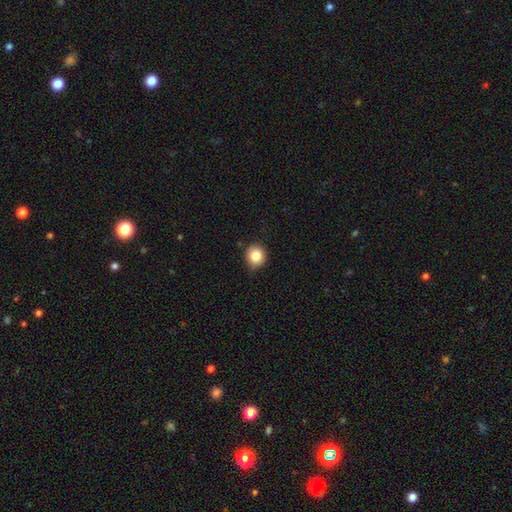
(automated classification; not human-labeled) The model was most divided on "merging": none: 79%, minor disturbance: 17%, major disturbance: 3%, merger: 2%. More confident: how rounded — round (88%); smooth or featured — smooth (83%).